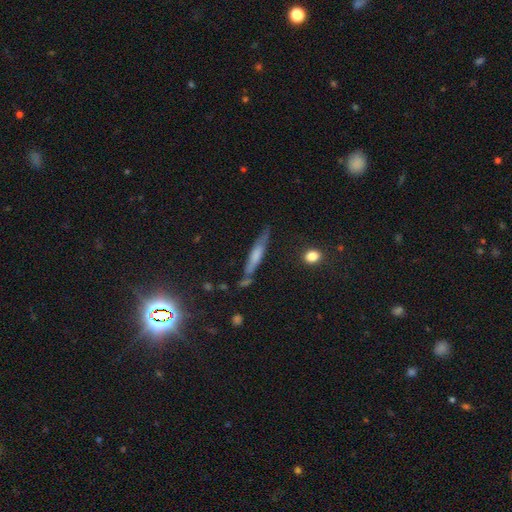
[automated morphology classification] Smooth or featured?
  - smooth: 50% *
  - featured or disk: 42%
  - star or artifact: 9%
Merging?
  - none: 67% *
  - minor disturbance: 21%
  - merger: 6%
  - major disturbance: 6%